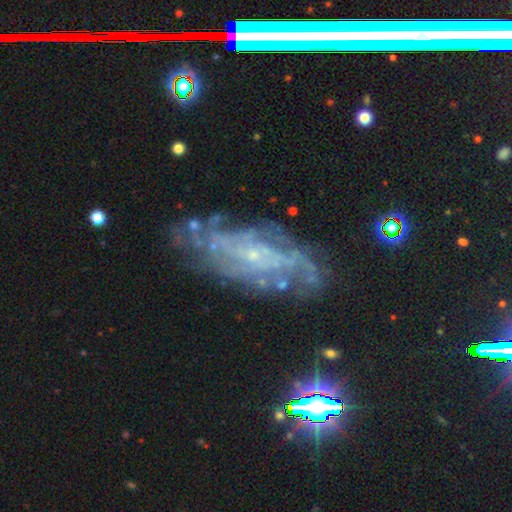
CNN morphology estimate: Smooth or featured: featured or disk — 78% (star or artifact — 11%)
Edge-on disk: no — 90% (yes — 10%)
Bar: no — 67% (weak — 26%)
Spiral arms: yes — 90% (no — 10%)
Spiral winding: tight — 61% (medium — 29%)
Spiral arm count: can't tell — 53% (2 — 15%)
Bulge size: small — 83% (moderate — 10%)
Merging: none — 69% (minor disturbance — 20%)